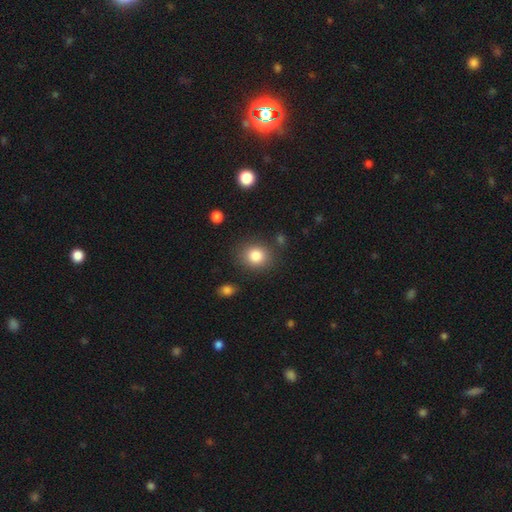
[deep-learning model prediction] Smooth or featured: smooth — 84% (star or artifact — 10%)
How rounded: round — 73% (in between — 26%)
Merging: none — 83% (minor disturbance — 10%)